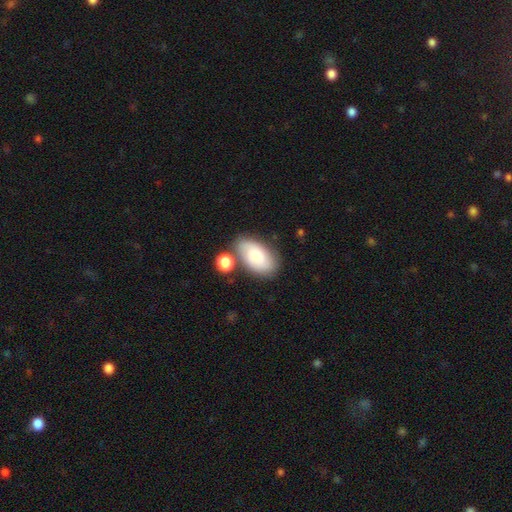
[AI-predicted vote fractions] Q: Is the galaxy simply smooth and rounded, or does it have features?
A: smooth — 72%.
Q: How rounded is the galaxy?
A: in between — 93%.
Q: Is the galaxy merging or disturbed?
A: none — 66%.